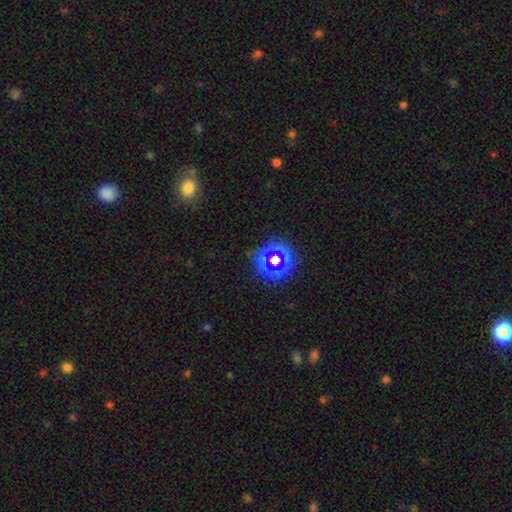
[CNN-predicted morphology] This is marginally a smooth galaxy (45%). Merging: clearly none (85%).